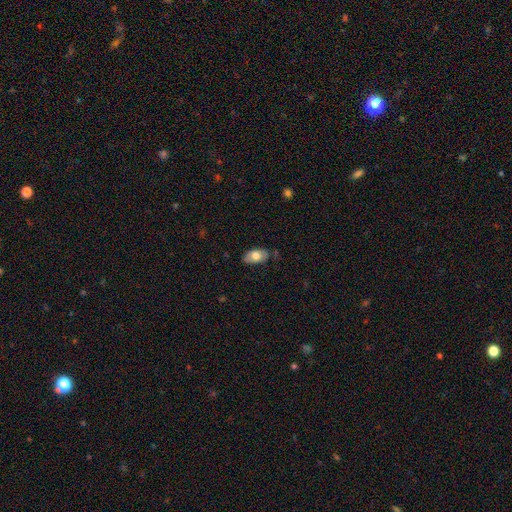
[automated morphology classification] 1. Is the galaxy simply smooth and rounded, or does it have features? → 71% smooth, 23% featured or disk, 7% star or artifact.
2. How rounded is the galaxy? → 93% in between, 5% round, 2% cigar-shaped.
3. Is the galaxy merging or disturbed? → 75% none, 20% minor disturbance, 3% major disturbance, 2% merger.